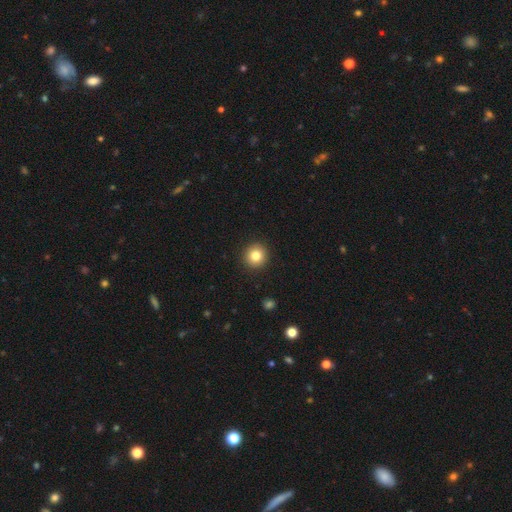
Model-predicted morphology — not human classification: This appears to be a smooth galaxy with no disk features (83%) that is round (94%). Merging: none (93%).